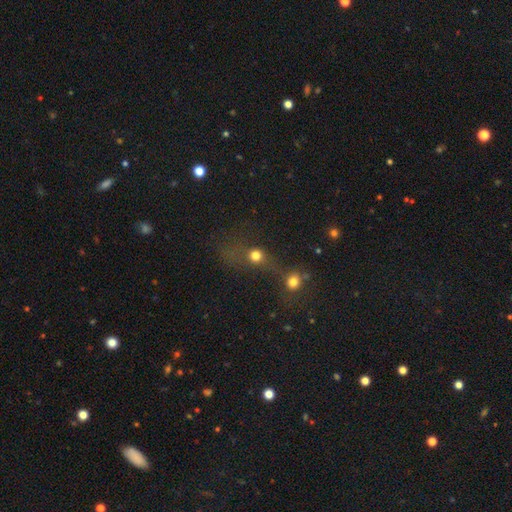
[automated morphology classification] smooth_or_featured: smooth (p=0.68) [alt: star or artifact p=0.20]
how_rounded: round (p=0.82) [alt: in between p=0.15]
merging: merger (p=0.46) [alt: none p=0.33]